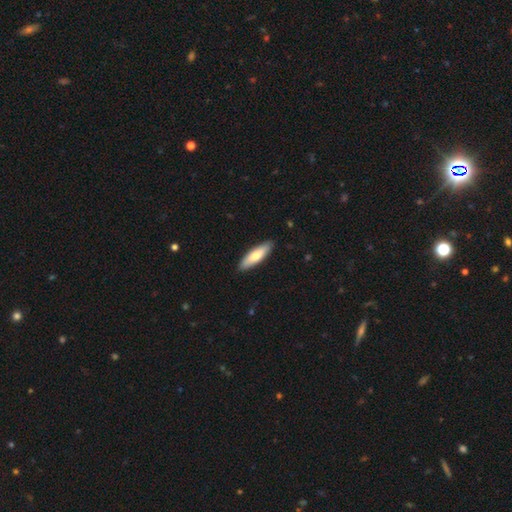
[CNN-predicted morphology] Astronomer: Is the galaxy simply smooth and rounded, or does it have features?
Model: smooth — 72%.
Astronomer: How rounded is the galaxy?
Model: cigar-shaped — 54% (runner-up: in between, 44%).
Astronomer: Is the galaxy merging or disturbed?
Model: none — 90%.